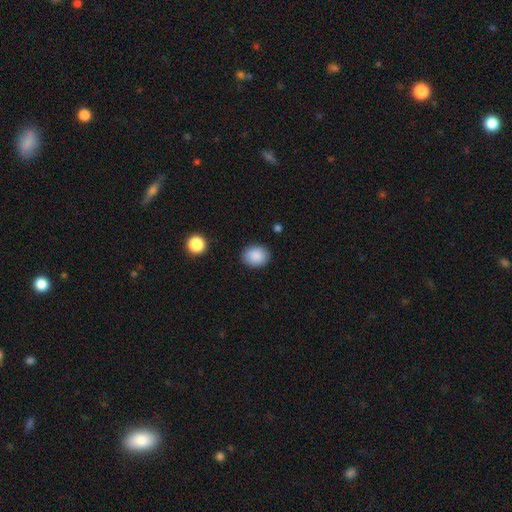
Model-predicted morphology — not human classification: A smooth galaxy with no disk features (89%) that is in between round and cigar-shaped (52%). Merging: none (88%).